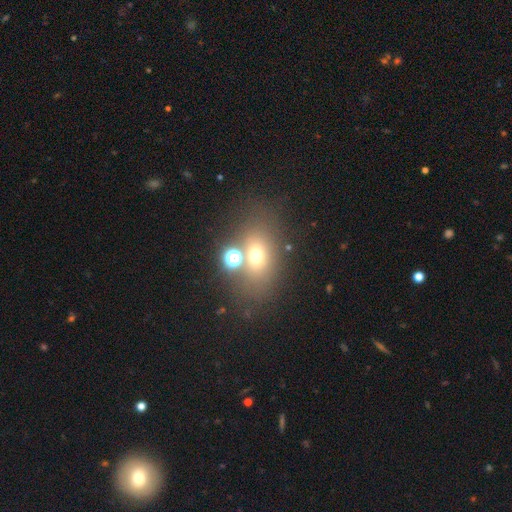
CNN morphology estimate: Smooth or featured?
  - smooth: 62% *
  - star or artifact: 22%
  - featured or disk: 17%
How rounded?
  - in between: 62% *
  - round: 36%
  - cigar-shaped: 2%
Merging?
  - none: 60% *
  - merger: 18%
  - minor disturbance: 13%
  - major disturbance: 8%